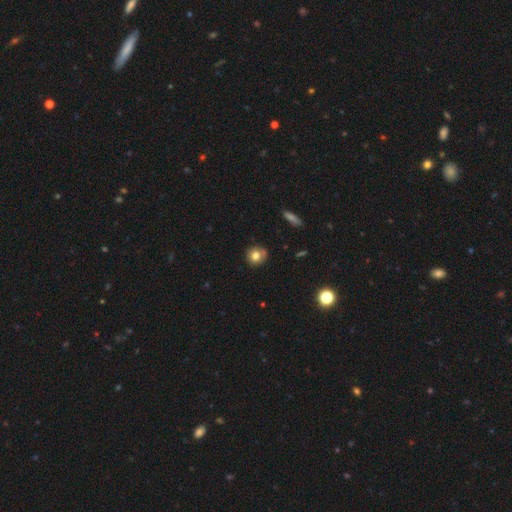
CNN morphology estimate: A smooth galaxy with no disk features (77%) that is round (88%). Merging: none (79%).